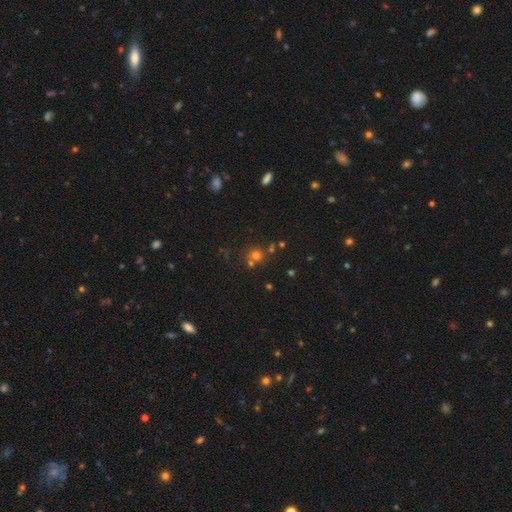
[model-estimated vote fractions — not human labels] Morphology: type=smooth (58%); roundness=round (88%); merging=none (65%).